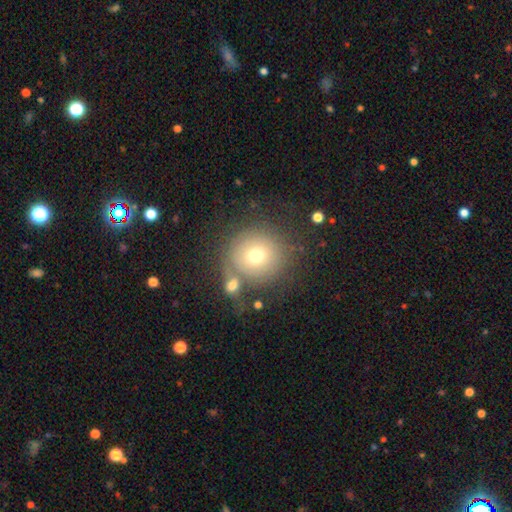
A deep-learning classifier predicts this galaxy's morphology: This appears to be a smooth galaxy with no disk features (67%) that is round (92%). Merging: none (67%).